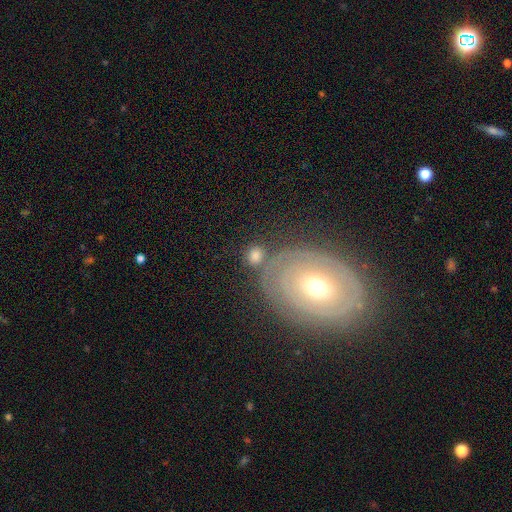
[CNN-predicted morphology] A smooth galaxy with no disk features (70%) that is round (73%). Merging: none (63%).